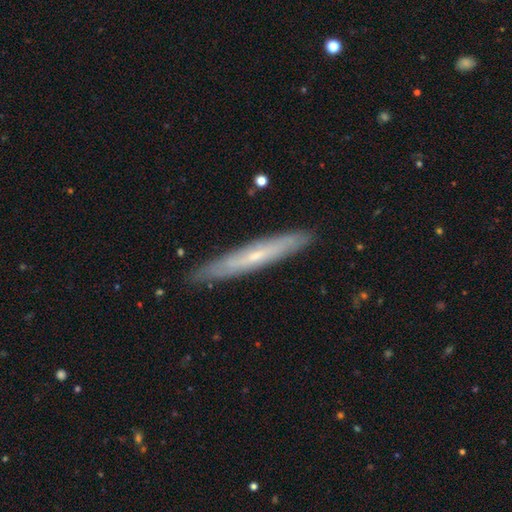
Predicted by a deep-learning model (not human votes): A featured or disk galaxy (59%) viewed edge-on (80%). Merging: none (86%).